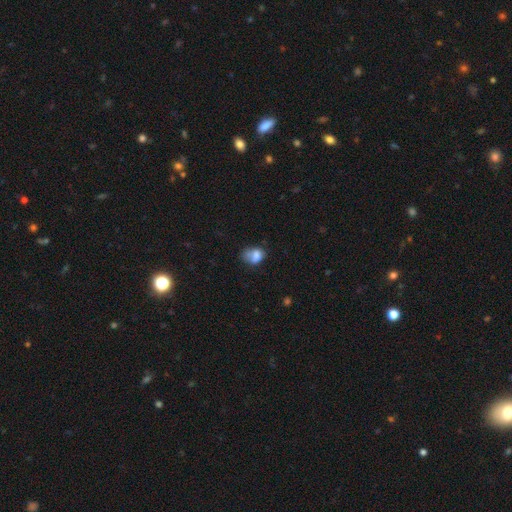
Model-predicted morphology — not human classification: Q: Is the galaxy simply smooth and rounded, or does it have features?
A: smooth — 70%.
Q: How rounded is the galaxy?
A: in between — 67%.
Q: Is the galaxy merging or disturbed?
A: none — 31%.